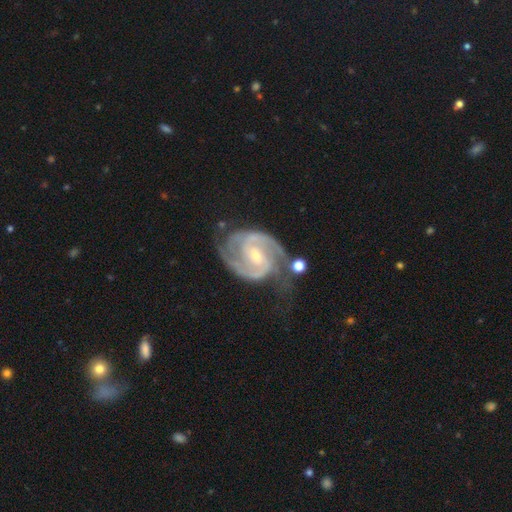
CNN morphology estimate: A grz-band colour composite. It shows a featured or disk galaxy (92%) with a weak bar (51%), 2 (81%) medium (46%, tied with tight) spiral arms (98%) and a small central bulge (57%). Merging: none (56%).